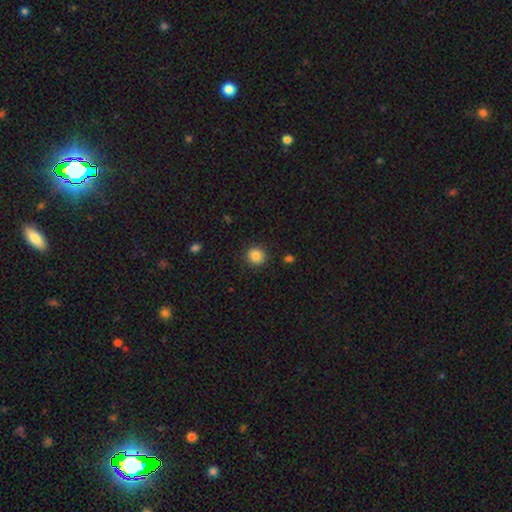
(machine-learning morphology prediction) type=smooth (85%); roundness=round (89%); merging=none (90%).